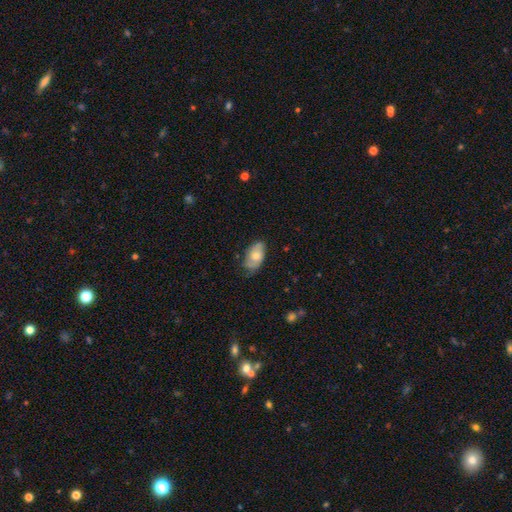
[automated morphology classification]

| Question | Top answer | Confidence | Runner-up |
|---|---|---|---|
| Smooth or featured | smooth | 52% | featured or disk (42%) |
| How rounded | in between | 92% | round (5%) |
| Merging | none | 67% | minor disturbance (26%) |